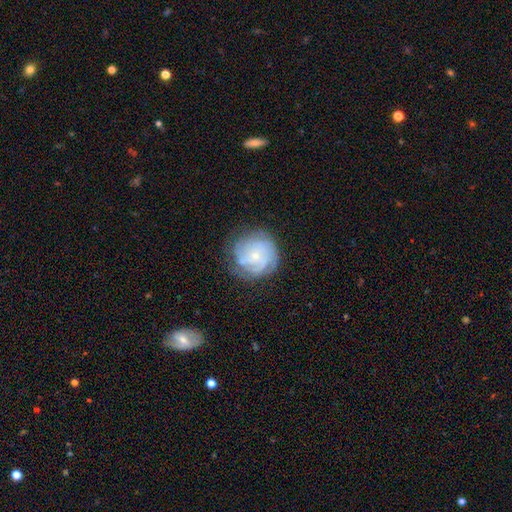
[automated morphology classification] smooth-or-featured: featured or disk: 70% | smooth: 22% | star or artifact: 8%
  disk-edge-on: no: 98% | yes: 2%
    bar: no: 77% | weak: 19% | strong: 3%
    has-spiral-arms: yes: 91% | no: 9%
      spiral-winding: tight: 68% | medium: 25% | loose: 7%
      spiral-arm-count: can't tell: 39% | 4: 20% | 3: 18% | 2: 10% | more than 4: 7% | 1: 6%
    bulge-size: small: 79% | moderate: 15% | none: 3% | large: 1% | dominant: 1%
  merging: none: 74% | minor disturbance: 17% | major disturbance: 7% | merger: 2%